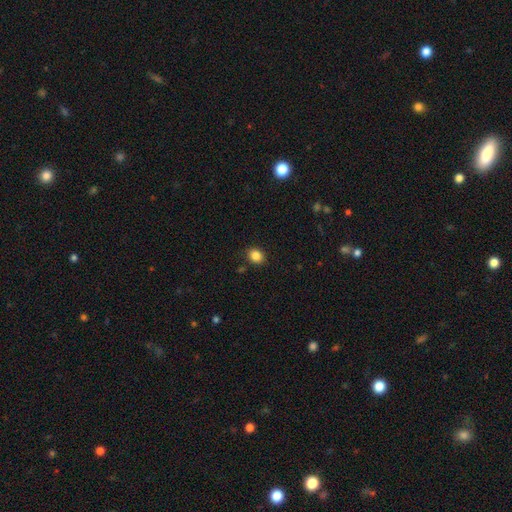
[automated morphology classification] smooth_or_featured: smooth (p=0.85) [alt: star or artifact p=0.10]
how_rounded: round (p=0.61) [alt: in between p=0.38]
merging: none (p=0.88) [alt: minor disturbance p=0.08]